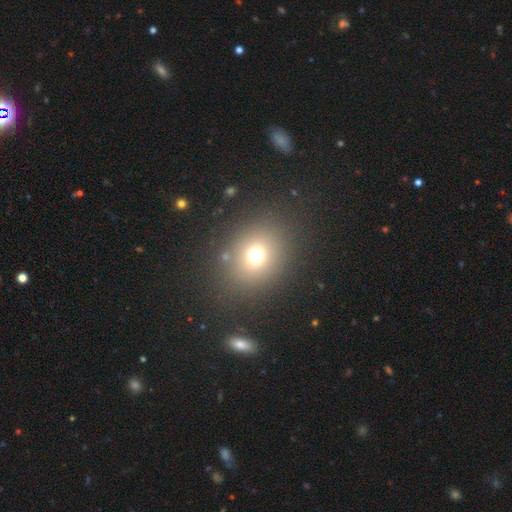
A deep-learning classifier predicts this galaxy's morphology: smooth-or-featured: smooth: 69% | star or artifact: 21% | featured or disk: 11%
  how-rounded: round: 70% | in between: 29% | cigar-shaped: 1%
  merging: none: 81% | minor disturbance: 9% | major disturbance: 6% | merger: 4%